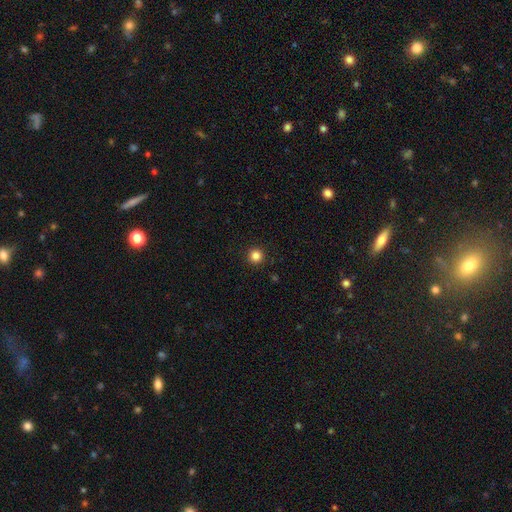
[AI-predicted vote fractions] Smooth or featured? smooth (84%)
How rounded? round (96%)
Merging? none (93%)